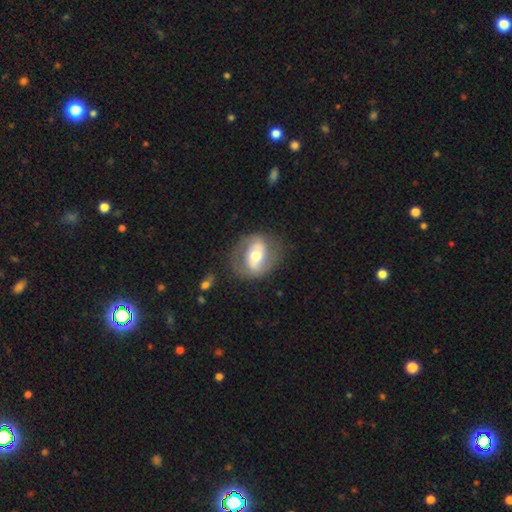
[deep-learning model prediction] Overall: featured or disk (60%; smooth 34%). Edge-on disk: no (94%). Bar: strong (37%; no 32%). Spiral arms: yes (56%; no 44%). Bulge size: moderate (68%). Merging: none (72%).